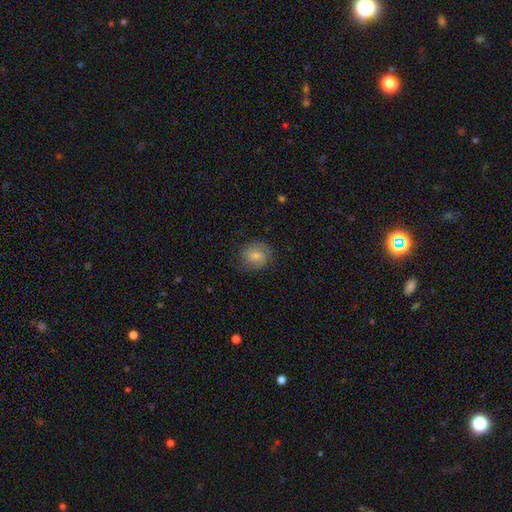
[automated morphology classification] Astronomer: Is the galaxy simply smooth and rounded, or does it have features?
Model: featured or disk — 49% (runner-up: smooth, 44%).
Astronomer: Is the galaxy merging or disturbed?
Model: none — 72%.